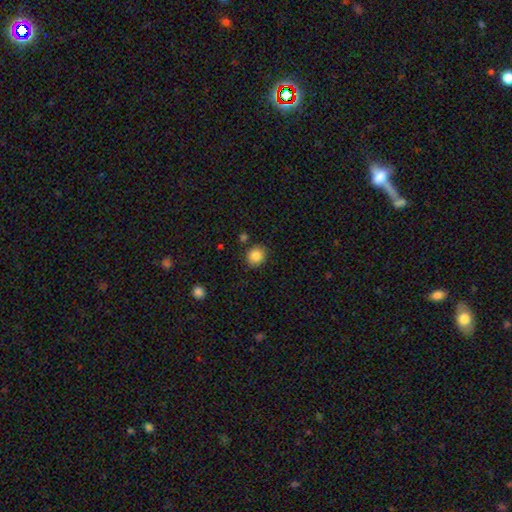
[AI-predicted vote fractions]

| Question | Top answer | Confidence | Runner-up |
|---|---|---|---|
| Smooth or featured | smooth | 86% | star or artifact (9%) |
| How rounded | round | 83% | in between (16%) |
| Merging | none | 84% | minor disturbance (10%) |